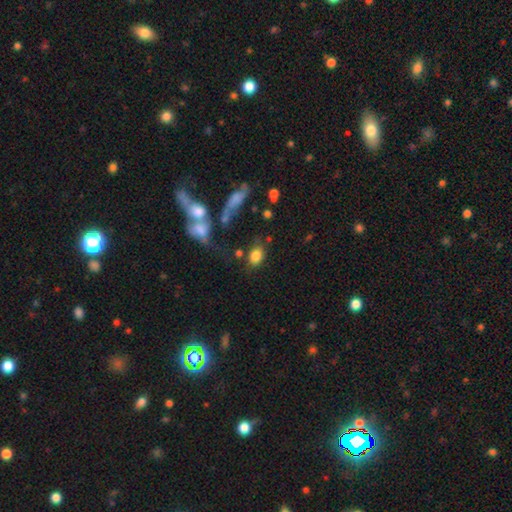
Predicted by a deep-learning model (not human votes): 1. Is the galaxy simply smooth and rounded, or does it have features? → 82% smooth, 9% star or artifact, 8% featured or disk.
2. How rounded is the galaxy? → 68% in between, 30% round, 2% cigar-shaped.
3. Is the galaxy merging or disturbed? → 65% none, 17% minor disturbance, 10% merger, 9% major disturbance.